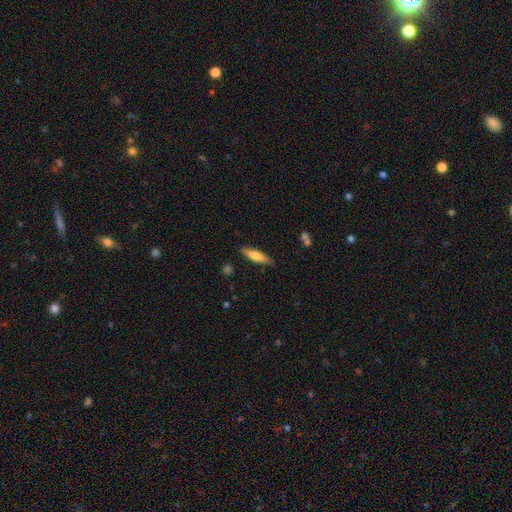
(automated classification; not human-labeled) Smooth or featured? smooth (71%)
How rounded? cigar-shaped (63%)
Merging? none (84%)